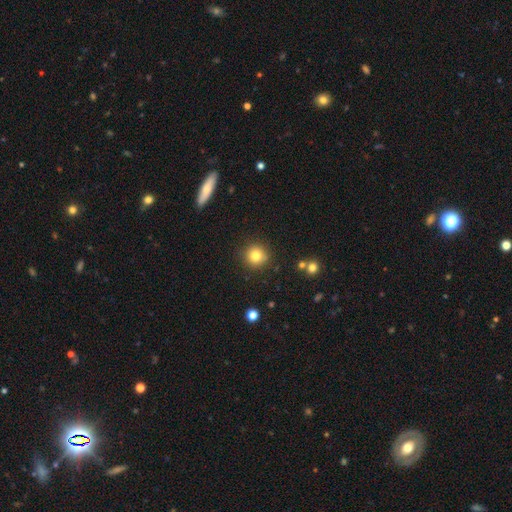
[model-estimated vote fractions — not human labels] Smooth or featured? smooth (81%)
How rounded? round (93%)
Merging? none (88%)